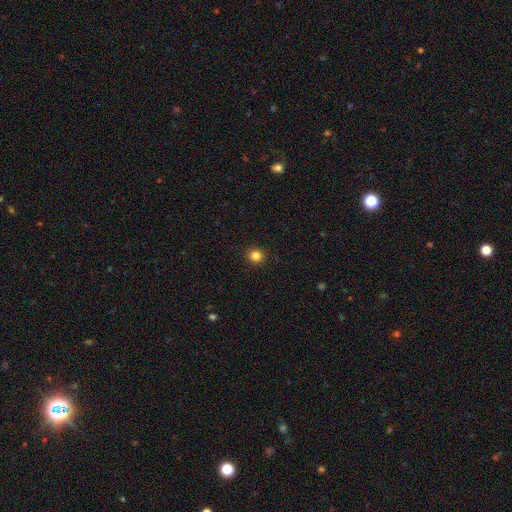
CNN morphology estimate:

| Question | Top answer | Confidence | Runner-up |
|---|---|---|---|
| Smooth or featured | smooth | 84% | star or artifact (12%) |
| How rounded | round | 90% | in between (9%) |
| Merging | none | 92% | minor disturbance (5%) |